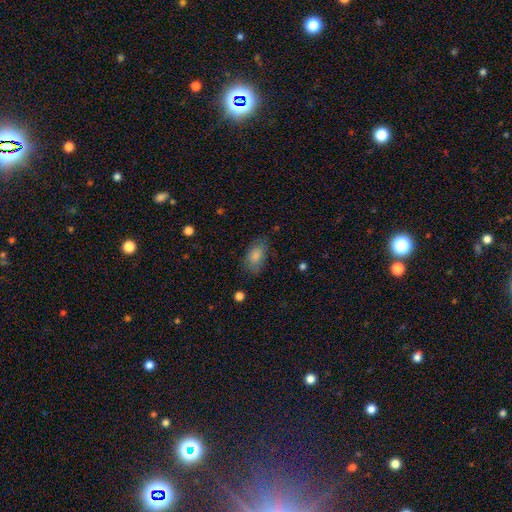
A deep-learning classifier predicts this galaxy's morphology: This is clearly a smooth galaxy (84%). How rounded: clearly in between (92%). Merging: likely none (73%).